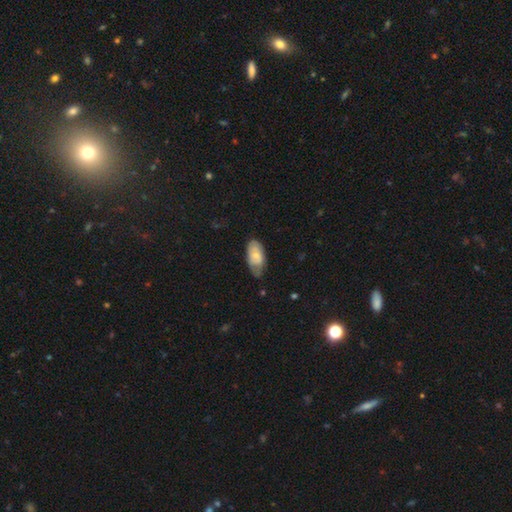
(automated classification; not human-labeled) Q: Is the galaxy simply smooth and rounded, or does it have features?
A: smooth — 55%.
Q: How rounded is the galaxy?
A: in between — 92%.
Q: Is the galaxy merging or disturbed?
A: none — 52%.